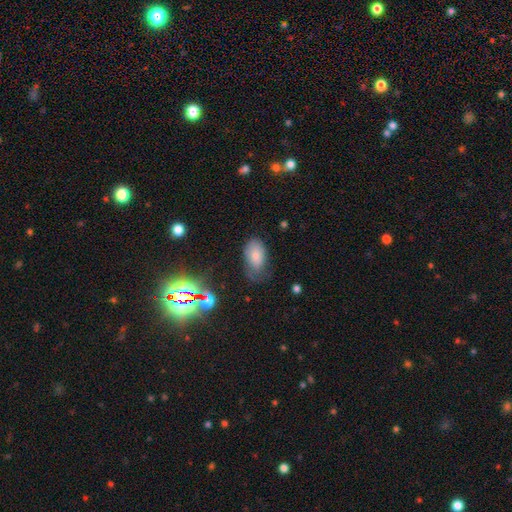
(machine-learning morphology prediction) This is likely a smooth galaxy (74%). How rounded: clearly in between (93%). Merging: possibly none (45%).